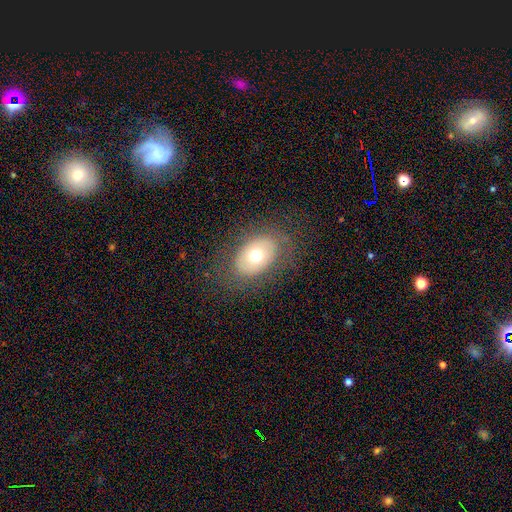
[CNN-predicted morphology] The model was most divided on "smooth or featured": smooth: 61%, featured or disk: 30%, star or artifact: 10%. More confident: how rounded — in between (79%); merging — none (78%).